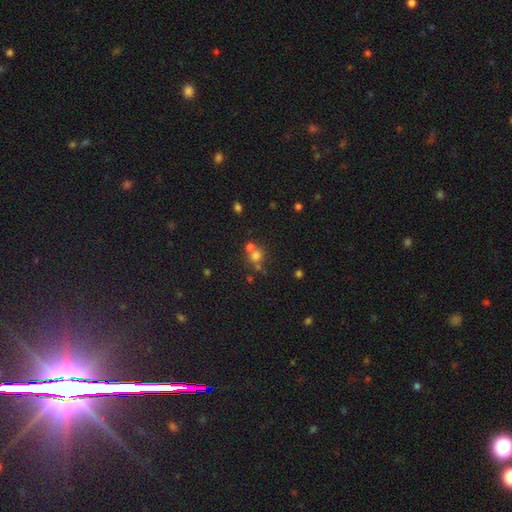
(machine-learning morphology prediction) This appears to be a smooth galaxy with no disk features (66%) that is round (84%). Merging: none (48%).